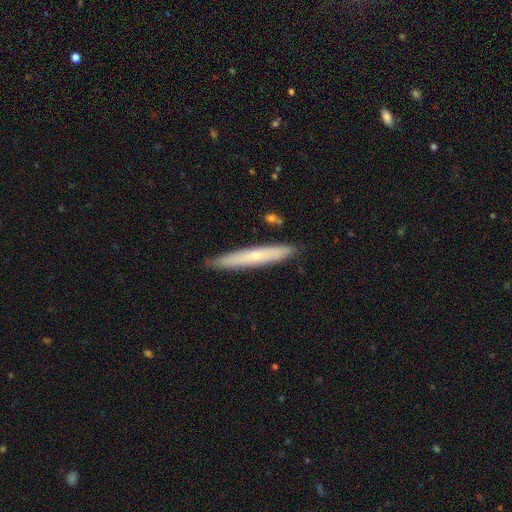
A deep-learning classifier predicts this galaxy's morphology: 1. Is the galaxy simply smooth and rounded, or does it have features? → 54% smooth, 40% featured or disk, 6% star or artifact.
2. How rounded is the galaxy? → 95% cigar-shaped, 4% in between, 1% round.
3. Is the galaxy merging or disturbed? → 87% none, 10% minor disturbance, 2% merger, 2% major disturbance.